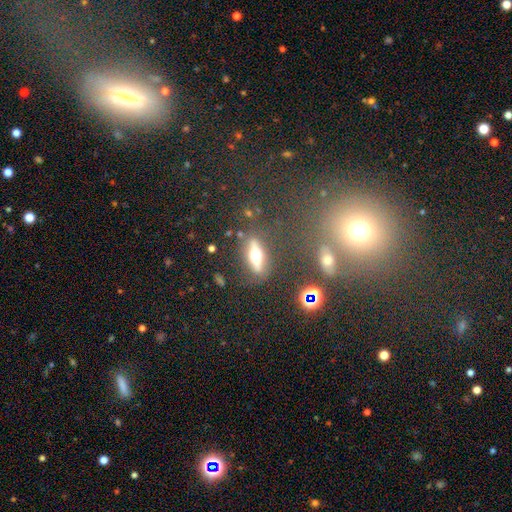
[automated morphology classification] Smooth or featured?
  - featured or disk: 51% *
  - smooth: 39%
  - star or artifact: 11%
Edge-on disk?
  - yes: 83% *
  - no: 17%
Merging?
  - none: 80% *
  - minor disturbance: 11%
  - major disturbance: 5%
  - merger: 4%